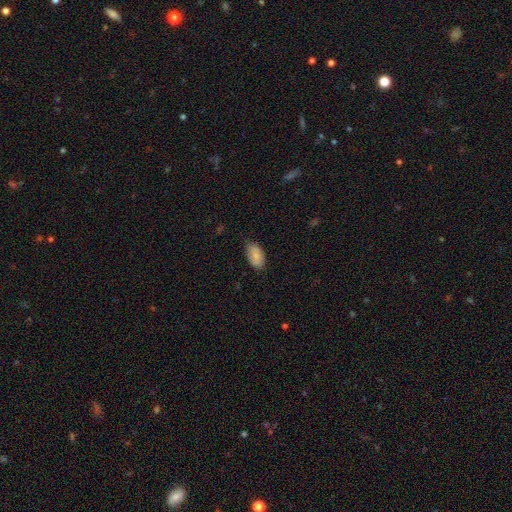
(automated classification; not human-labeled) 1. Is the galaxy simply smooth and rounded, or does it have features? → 79% smooth, 14% featured or disk, 6% star or artifact.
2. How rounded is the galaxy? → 94% in between, 4% round, 2% cigar-shaped.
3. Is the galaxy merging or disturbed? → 73% none, 22% minor disturbance, 3% major disturbance, 1% merger.